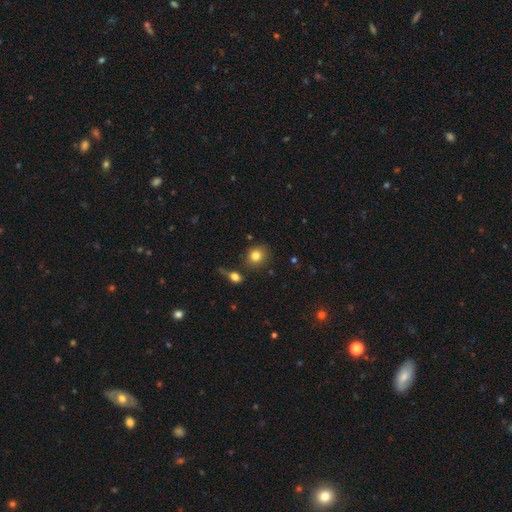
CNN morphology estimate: A smooth galaxy with no disk features (82%) that is round (78%). Merging: none (81%).